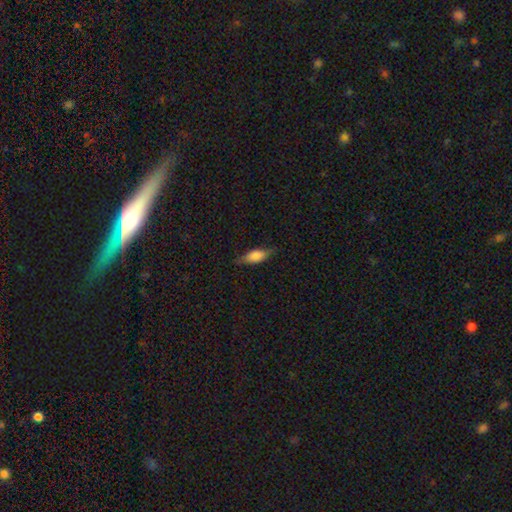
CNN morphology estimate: This is likely a smooth galaxy (70%). How rounded: likely in between (71%). Merging: likely none (76%).